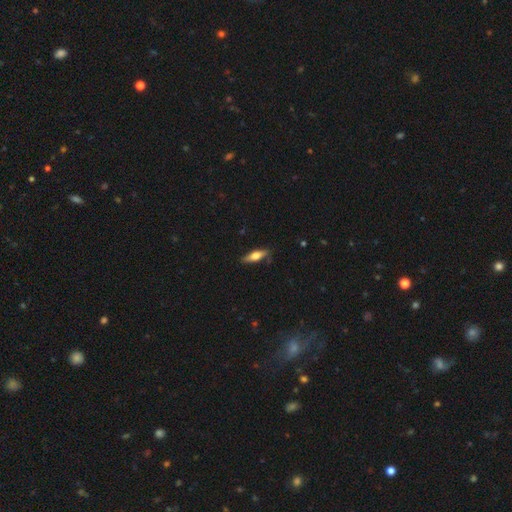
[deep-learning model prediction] The model was most divided on "how rounded": cigar-shaped: 53%, in between: 44%, round: 3%. More confident: merging — none (78%); smooth or featured — smooth (53%).